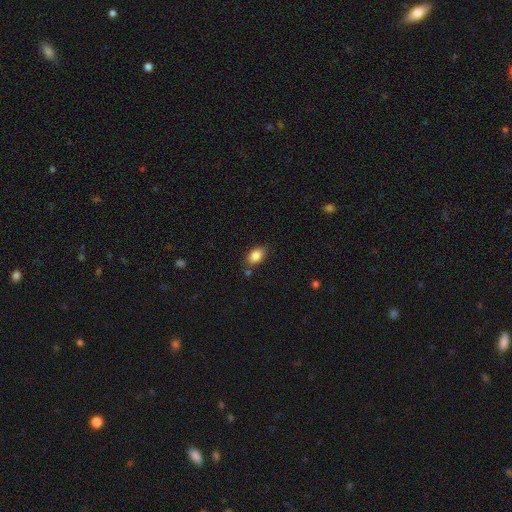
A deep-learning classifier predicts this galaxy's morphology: smooth_or_featured: smooth (p=0.86) [alt: star or artifact p=0.08]
how_rounded: in between (p=0.87) [alt: round p=0.11]
merging: none (p=0.77) [alt: minor disturbance p=0.14]